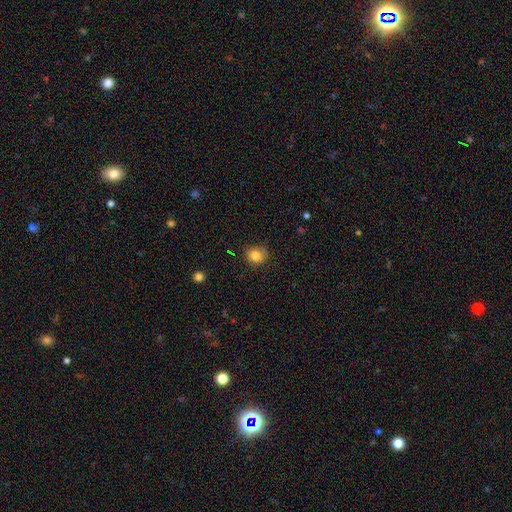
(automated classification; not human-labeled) This is clearly a smooth galaxy (83%). How rounded: clearly round (82%). Merging: likely none (78%).